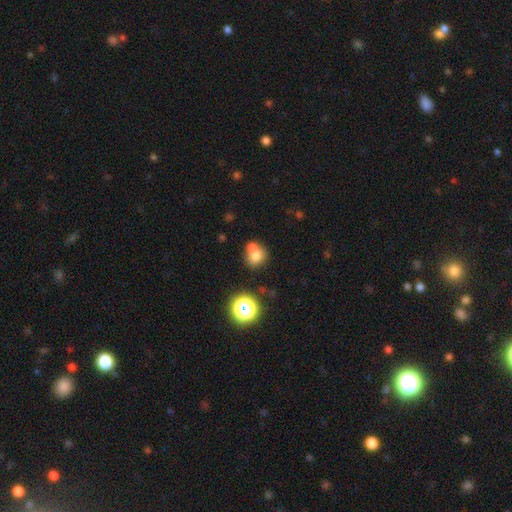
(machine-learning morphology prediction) This appears to be a smooth galaxy with no disk features (72%) that is round (77%). Merging: merger (46%).